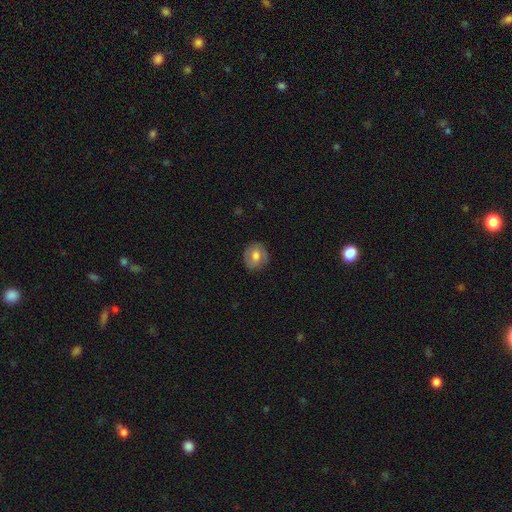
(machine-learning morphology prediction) Smooth or featured: smooth — 59% (featured or disk — 33%)
How rounded: round — 78% (in between — 21%)
Merging: none — 82% (minor disturbance — 13%)